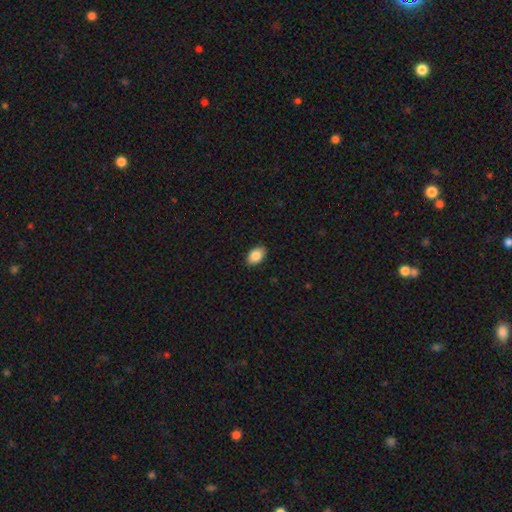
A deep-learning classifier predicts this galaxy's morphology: The model was most divided on "smooth or featured": smooth: 87%, star or artifact: 7%, featured or disk: 6%. More confident: how rounded — in between (90%); merging — none (89%).